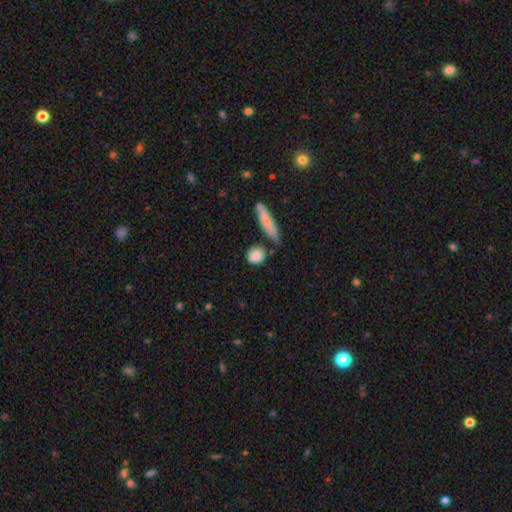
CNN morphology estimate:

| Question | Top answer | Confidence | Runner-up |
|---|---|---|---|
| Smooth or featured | smooth | 84% | featured or disk (8%) |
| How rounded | round | 72% | in between (21%) |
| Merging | none | 69% | minor disturbance (17%) |